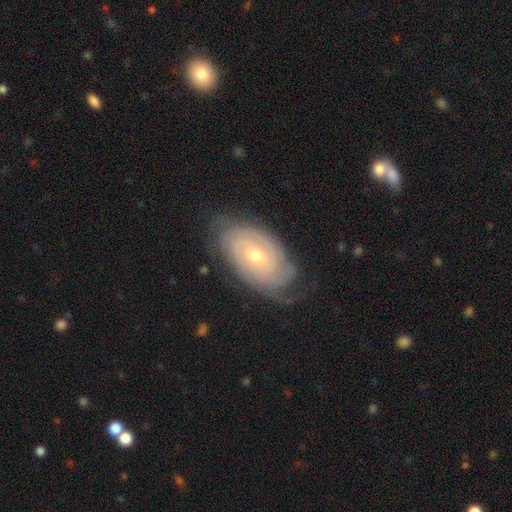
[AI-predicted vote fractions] Smooth or featured: featured or disk — 84% (smooth — 11%)
Edge-on disk: no — 95% (yes — 5%)
Bar: no — 56% (weak — 35%)
Spiral arms: yes — 95% (no — 5%)
Spiral winding: tight — 80% (medium — 16%)
Spiral arm count: can't tell — 37% (2 — 31%)
Bulge size: moderate — 50% (small — 47%)
Merging: none — 73% (minor disturbance — 20%)